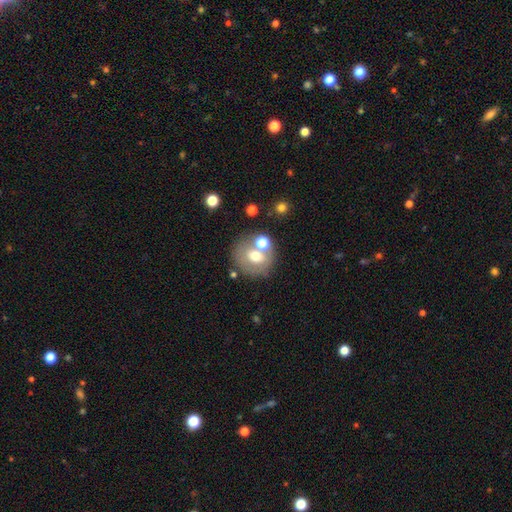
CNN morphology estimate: A smooth galaxy with no disk features (59%) that is round (79%).

Vote fractions:
- Smooth or featured? smooth: 59% / featured or disk: 30% / star or artifact: 12%
- How rounded? round: 79% / in between: 20% / cigar-shaped: 1%
- Merging? none: 60% / merger: 19% / minor disturbance: 14% / major disturbance: 7%